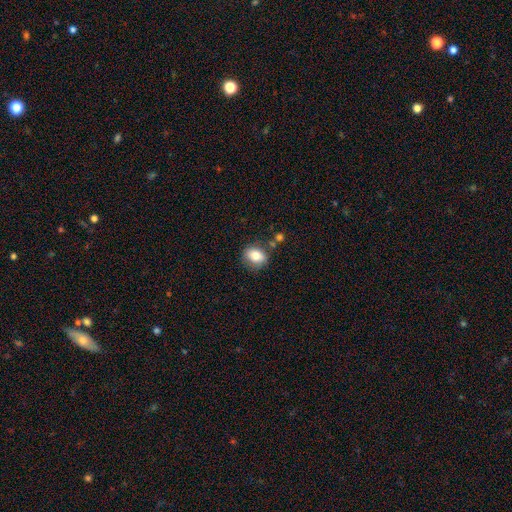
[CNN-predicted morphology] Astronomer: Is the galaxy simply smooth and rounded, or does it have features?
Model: smooth — 78%.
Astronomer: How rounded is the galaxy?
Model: round — 51% (runner-up: in between, 47%).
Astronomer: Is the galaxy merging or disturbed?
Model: none — 74%.